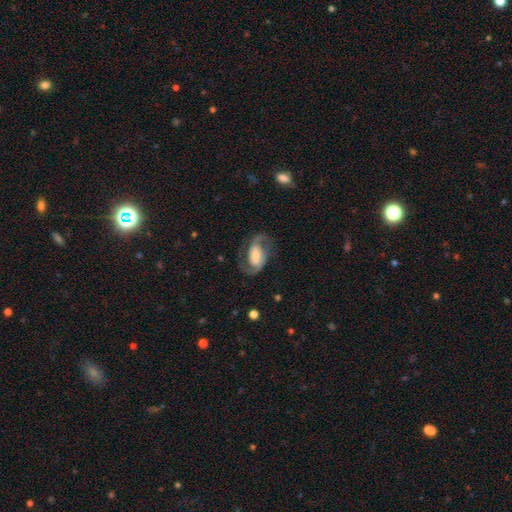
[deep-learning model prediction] featured or disk 82%, smooth 12%, star or artifact 6%. Down the decision tree: edge-on disk — no (97%); bar — weak (40%); spiral arms — yes (94%); spiral arm count — 2 (91%); spiral winding — medium (54%); bulge size — moderate (32%); merging — none (71%).